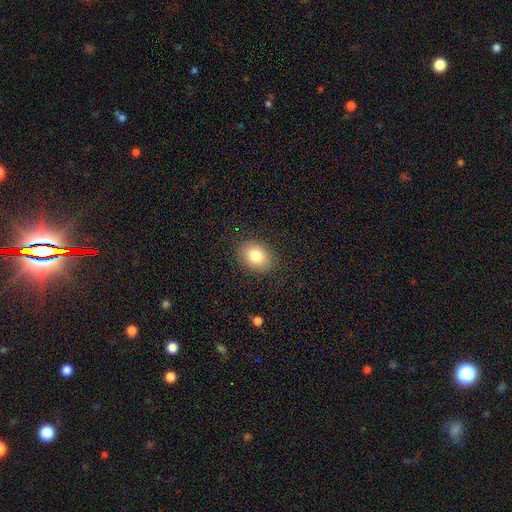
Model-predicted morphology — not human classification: smooth-or-featured: smooth: 82% | star or artifact: 9% | featured or disk: 9%
  how-rounded: in between: 59% | round: 40% | cigar-shaped: 1%
  merging: none: 87% | minor disturbance: 9% | major disturbance: 3% | merger: 1%